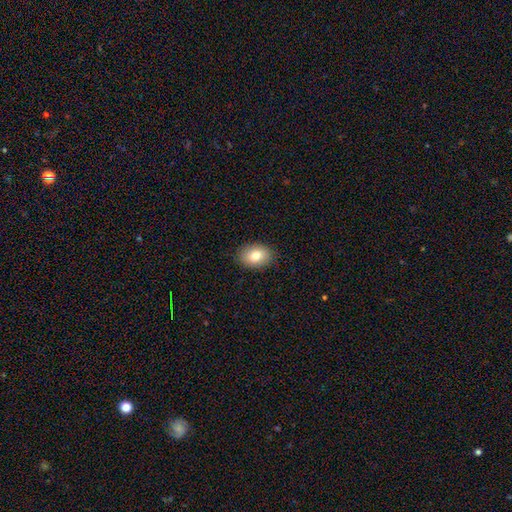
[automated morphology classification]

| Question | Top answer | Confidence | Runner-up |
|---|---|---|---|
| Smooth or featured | smooth | 79% | featured or disk (13%) |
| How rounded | in between | 75% | round (24%) |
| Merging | none | 87% | minor disturbance (10%) |